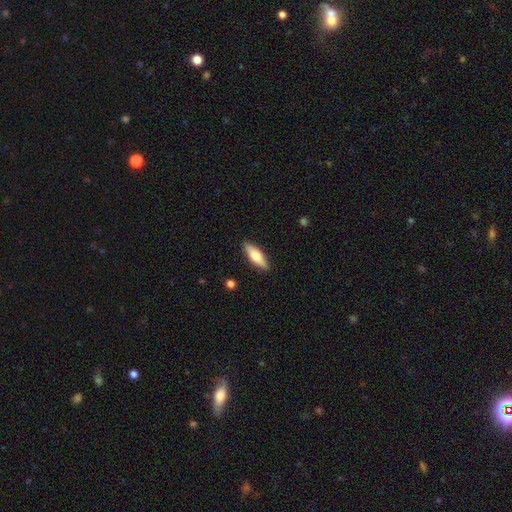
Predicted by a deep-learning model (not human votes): Smooth or featured?
  - smooth: 54% *
  - featured or disk: 40%
  - star or artifact: 6%
How rounded?
  - cigar-shaped: 51% *
  - in between: 47%
  - round: 2%
Merging?
  - none: 89% *
  - minor disturbance: 8%
  - major disturbance: 2%
  - merger: 1%